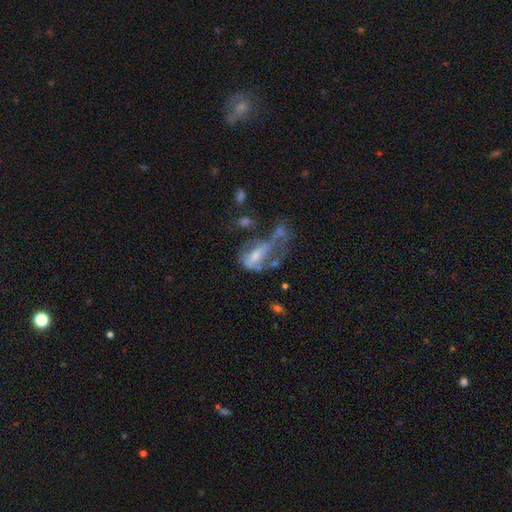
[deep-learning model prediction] The model was most divided on "bulge size": small: 42%, moderate: 36%, none: 16%, large: 5%, dominant: 2%. Remaining: edge-on disk — no (90%); spiral arms — no (65%); smooth or featured — featured or disk (58%); bar — no (51%); merging — major disturbance (45%).